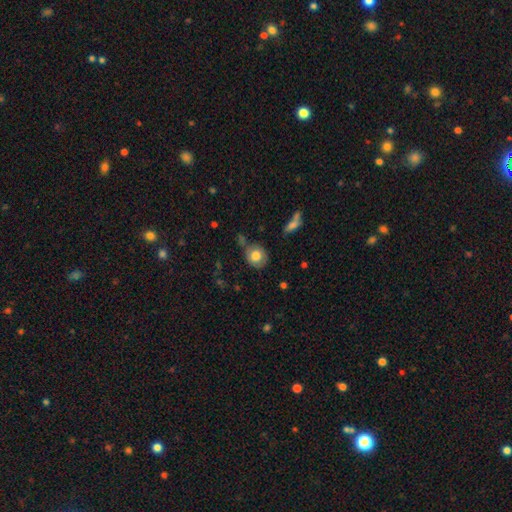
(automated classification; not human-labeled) smooth_or_featured: smooth (p=0.78) [alt: featured or disk p=0.13]
how_rounded: round (p=0.76) [alt: in between p=0.22]
merging: none (p=0.69) [alt: minor disturbance p=0.19]